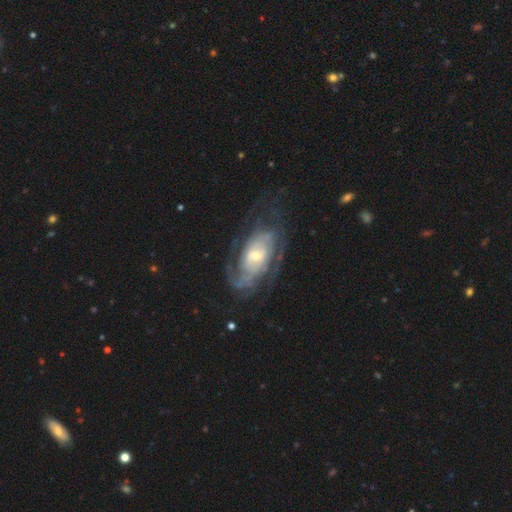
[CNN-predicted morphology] Smooth or featured? featured or disk (84%)
Edge-on disk? no (95%)
Bar? no (66%)
Spiral arms? yes (91%)
Spiral winding? tight (56%)
Spiral arm count? can't tell (43%)
Bulge size? small (52%)
Merging? none (62%)